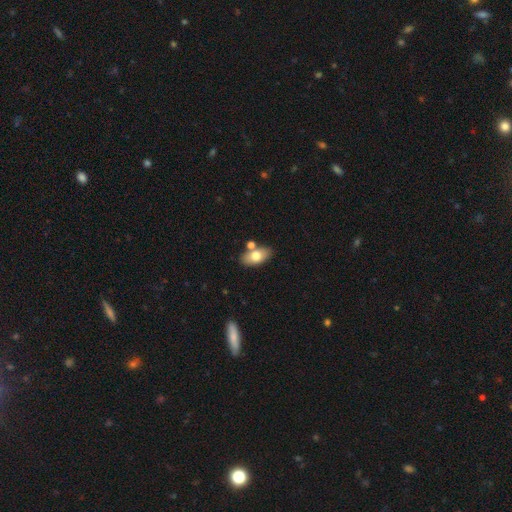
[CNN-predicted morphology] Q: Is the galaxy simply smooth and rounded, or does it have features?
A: smooth — 73%.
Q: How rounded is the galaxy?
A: in between — 91%.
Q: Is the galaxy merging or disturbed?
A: none — 71%.